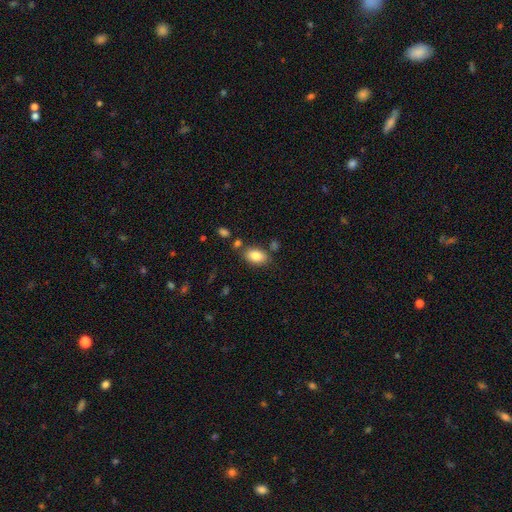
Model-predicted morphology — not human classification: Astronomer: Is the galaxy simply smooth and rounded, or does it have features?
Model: smooth — 84%.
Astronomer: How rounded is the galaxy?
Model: in between — 89%.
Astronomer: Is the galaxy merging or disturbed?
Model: none — 76%.